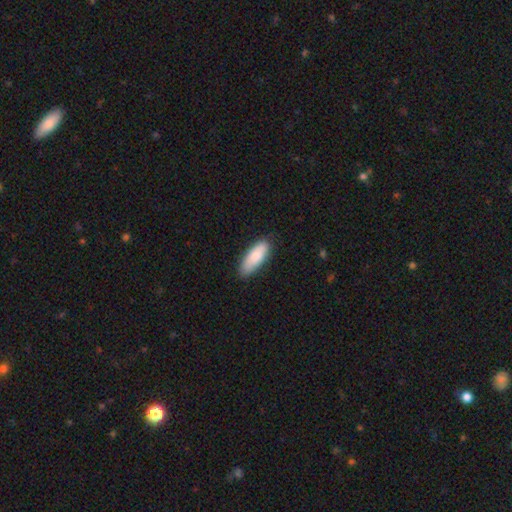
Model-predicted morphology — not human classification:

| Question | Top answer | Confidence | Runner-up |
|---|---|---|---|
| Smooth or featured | smooth | 86% | featured or disk (9%) |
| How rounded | in between | 68% | cigar-shaped (30%) |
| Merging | none | 83% | minor disturbance (14%) |